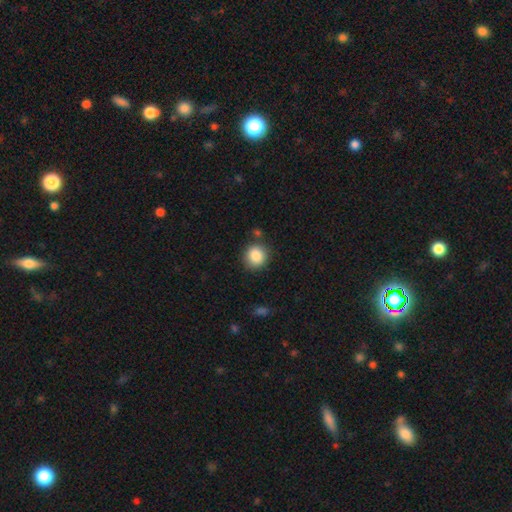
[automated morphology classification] This is clearly a smooth galaxy (87%). How rounded: clearly round (87%). Merging: clearly none (83%).